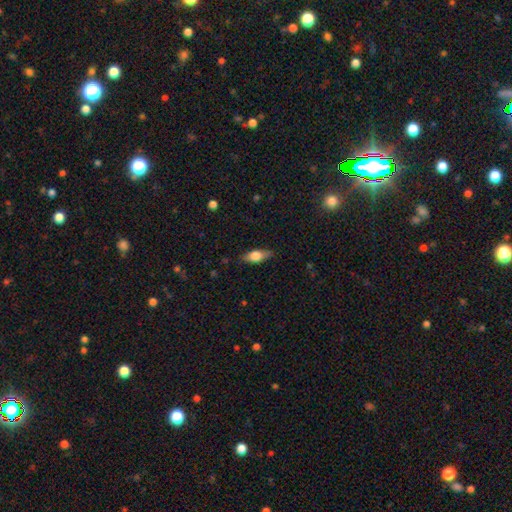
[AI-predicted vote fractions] The model was most divided on "smooth or featured": smooth: 64%, featured or disk: 29%, star or artifact: 7%. More confident: merging — none (83%); how rounded — in between (73%).